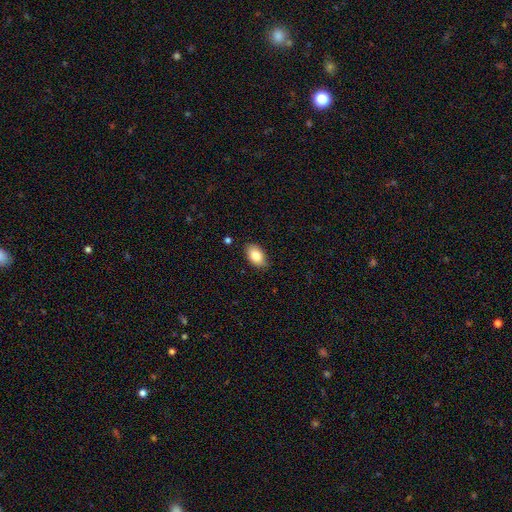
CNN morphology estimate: Smooth or featured: smooth — 81% (featured or disk — 12%)
How rounded: in between — 92% (round — 7%)
Merging: none — 83% (minor disturbance — 13%)